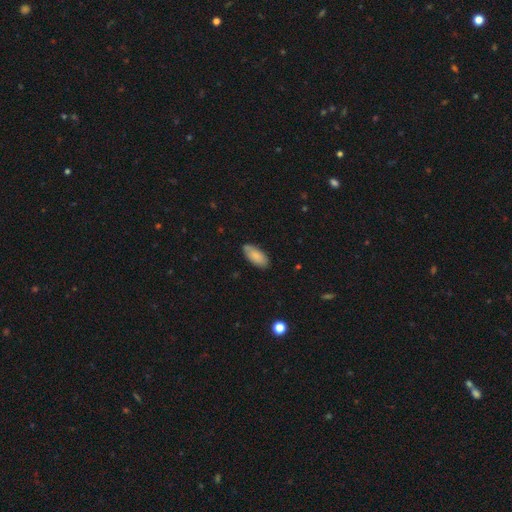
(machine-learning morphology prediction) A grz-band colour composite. It shows a smooth galaxy with no disk features (83%) that is in between round and cigar-shaped (91%). Merging: none (78%).